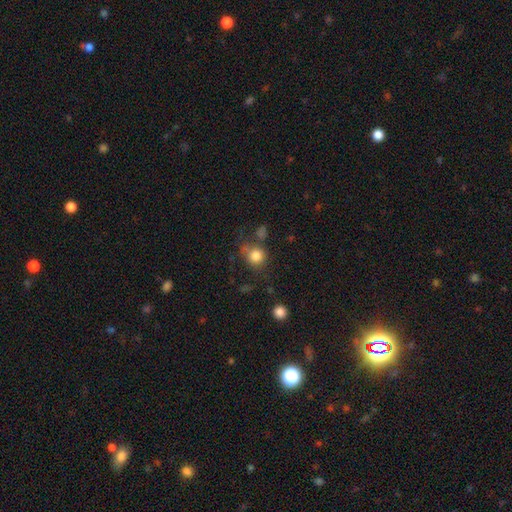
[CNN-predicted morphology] Smooth or featured? Predicted: smooth (p=0.81). How rounded? Predicted: round (p=0.82). Merging? Predicted: none (p=0.62).